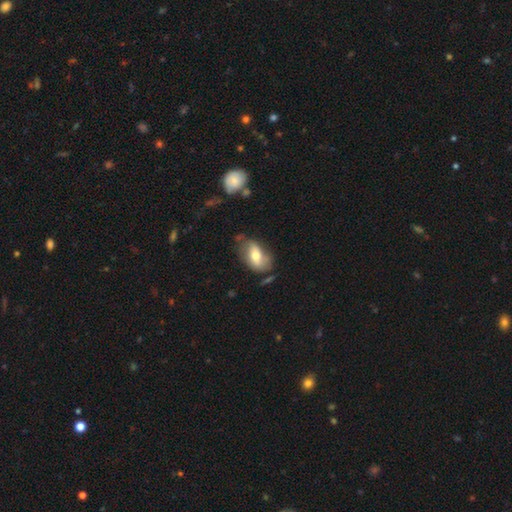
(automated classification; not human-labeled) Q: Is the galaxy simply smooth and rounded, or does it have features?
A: smooth — 62%.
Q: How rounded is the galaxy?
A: in between — 90%.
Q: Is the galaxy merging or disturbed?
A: none — 53%.